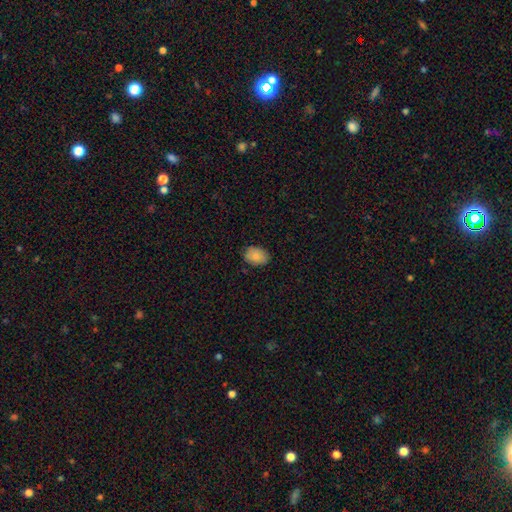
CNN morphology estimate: Overall: smooth (83%). How rounded: in between (78%). Merging: none (84%).